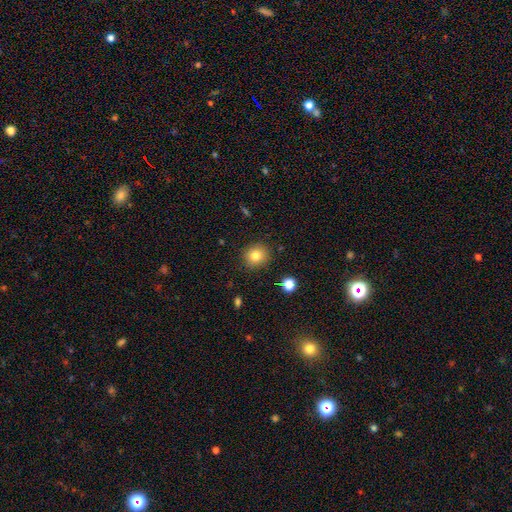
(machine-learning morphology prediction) This appears to be a smooth galaxy with no disk features (81%) that is round (85%). Merging: none (88%).